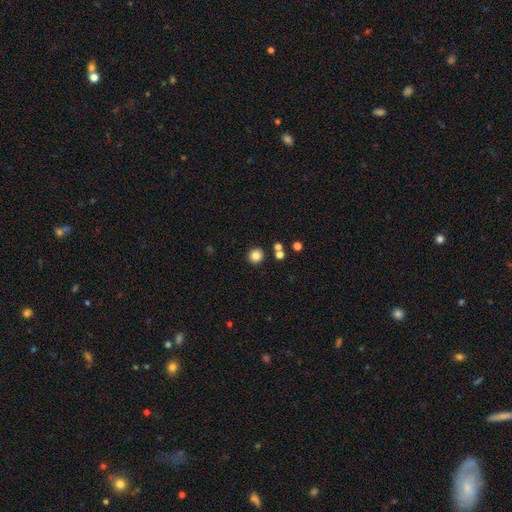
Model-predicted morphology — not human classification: The model was most divided on "smooth or featured": smooth: 82%, star or artifact: 12%, featured or disk: 6%. More confident: how rounded — round (93%); merging — none (88%).